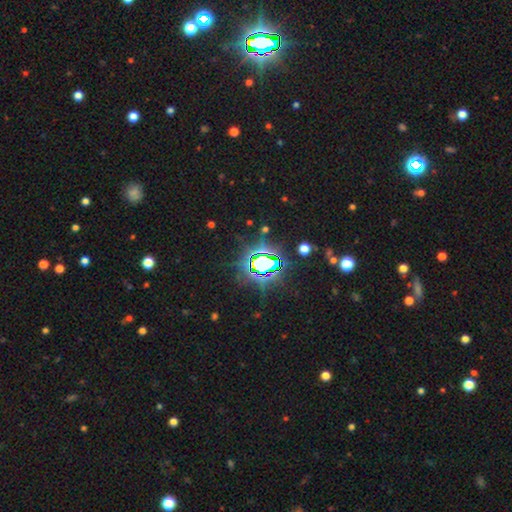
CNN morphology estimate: Q: Smooth or featured?
A: star or artifact (84%); runner-up: smooth (10%)